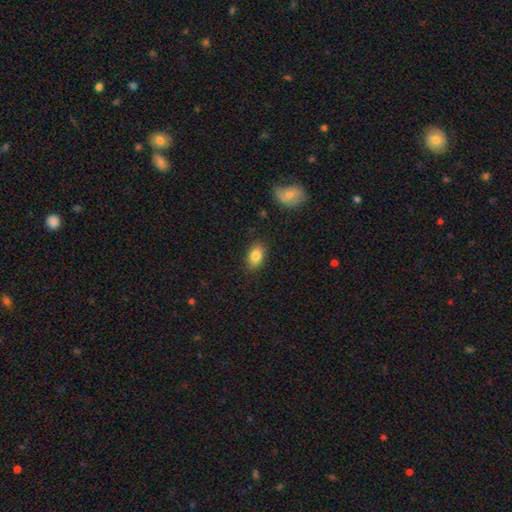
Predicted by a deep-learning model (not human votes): Morphology: type=smooth (85%); roundness=in between (87%); merging=none (85%).